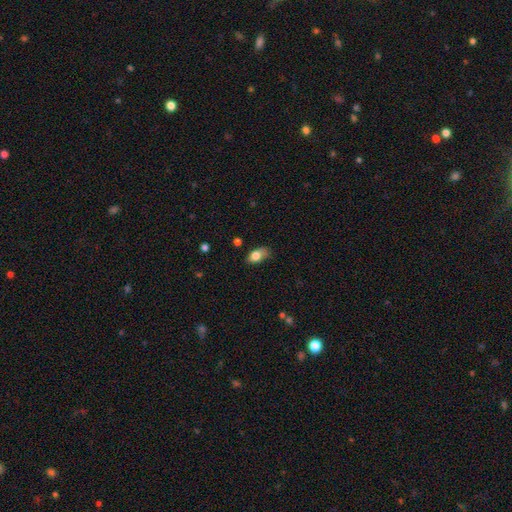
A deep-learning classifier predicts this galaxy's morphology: type=smooth (79%); roundness=in between (86%); merging=none (55%).